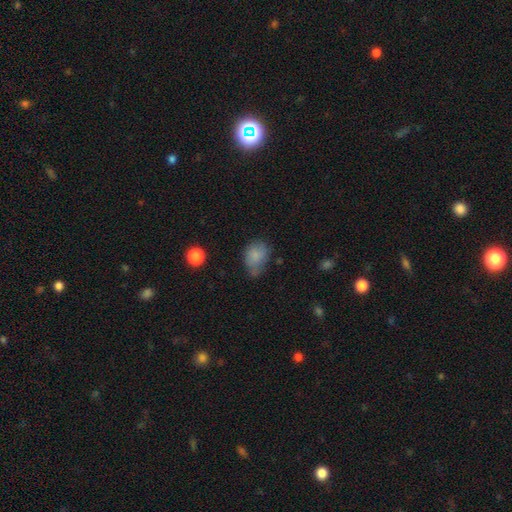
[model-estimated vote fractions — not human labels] Smooth or featured? Predicted: smooth (p=0.79). How rounded? Predicted: in between (p=0.72). Merging? Predicted: none (p=0.47).